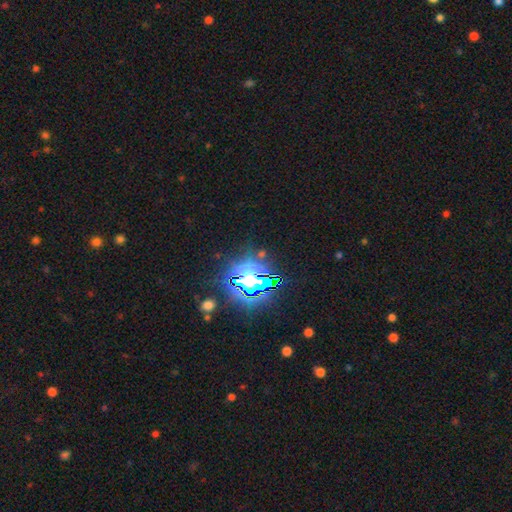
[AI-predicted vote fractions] Smooth or featured? Predicted: star or artifact (p=0.81).